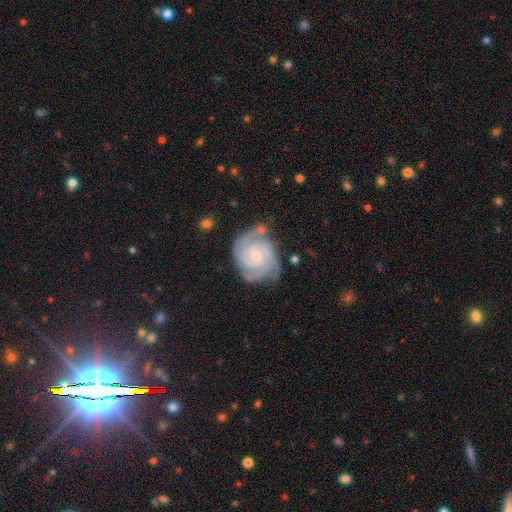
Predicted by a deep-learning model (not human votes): Morphology: type=featured or disk (88%); edge-on=no (98%); bar=no (66%); spiral arms=yes (98%); winding=tight (70%); arm count=3 (35%); bulge=small (67%); merging=none (68%).